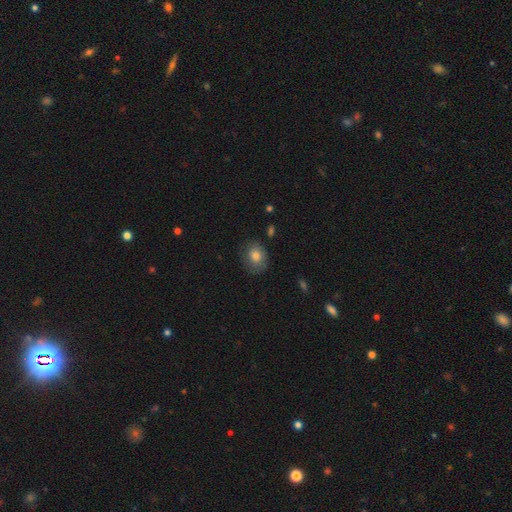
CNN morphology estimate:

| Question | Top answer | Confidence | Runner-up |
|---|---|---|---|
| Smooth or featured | smooth | 79% | featured or disk (13%) |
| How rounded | round | 51% | in between (48%) |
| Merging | none | 74% | minor disturbance (19%) |